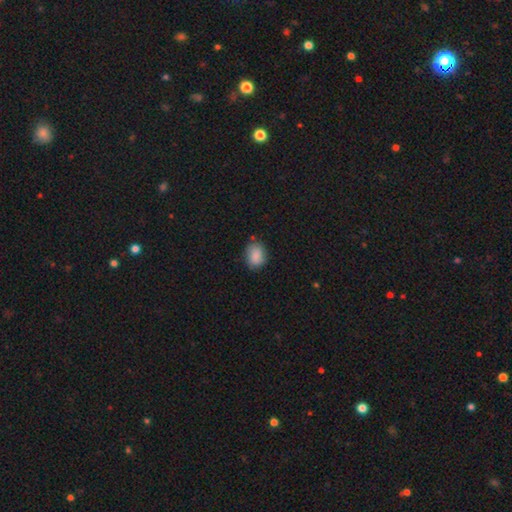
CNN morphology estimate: A smooth galaxy with no disk features (88%) that is in between round and cigar-shaped (62%). Merging: none (77%).